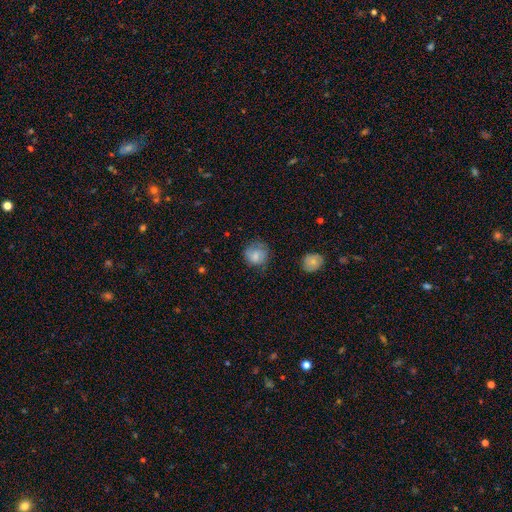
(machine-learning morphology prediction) This is likely a smooth galaxy (78%). How rounded: clearly round (81%). Merging: likely none (66%).